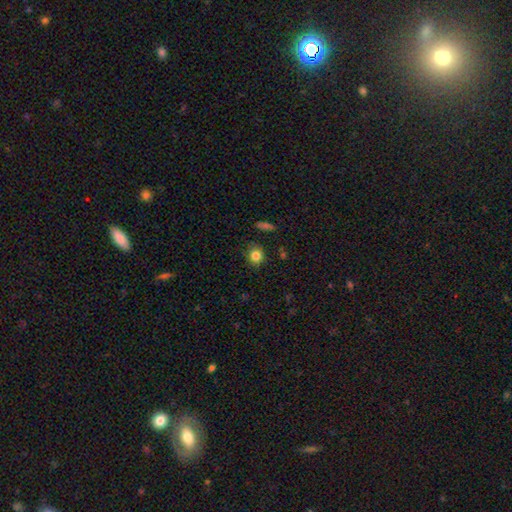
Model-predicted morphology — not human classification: Q: Smooth or featured?
A: smooth (82%); runner-up: star or artifact (11%)
Q: How rounded?
A: round (83%); runner-up: in between (16%)
Q: Merging?
A: none (86%); runner-up: minor disturbance (10%)